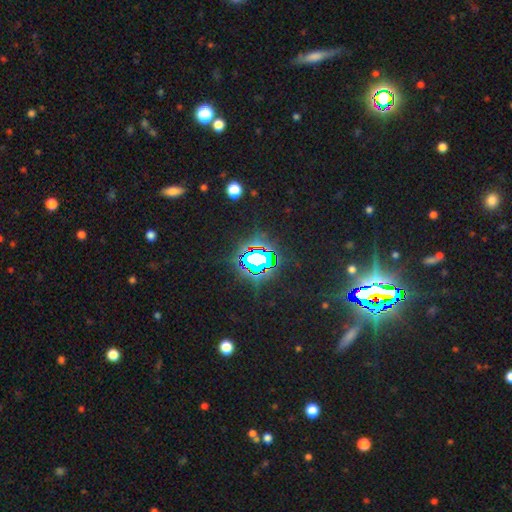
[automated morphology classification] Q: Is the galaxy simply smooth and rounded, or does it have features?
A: star or artifact — 78%.